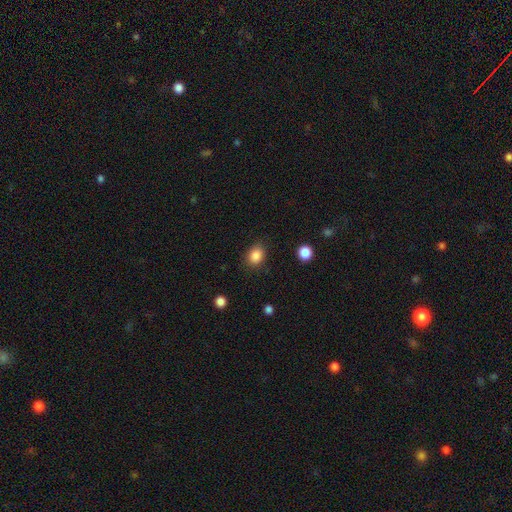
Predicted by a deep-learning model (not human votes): Smooth or featured? Predicted: smooth (p=0.86). How rounded? Predicted: in between (p=0.53). Merging? Predicted: none (p=0.84).